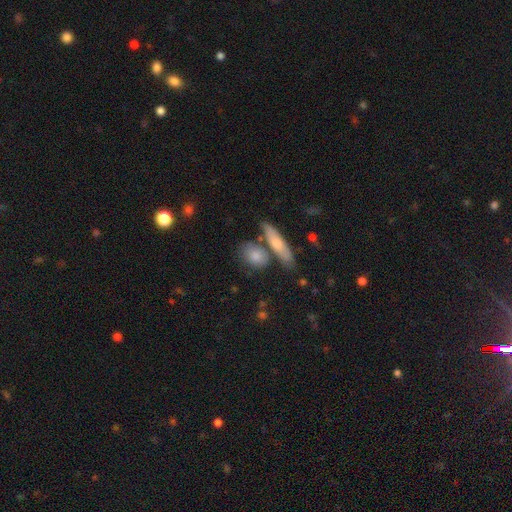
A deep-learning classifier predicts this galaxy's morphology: This appears to be a smooth galaxy with no disk features (79%) that is in between round and cigar-shaped (53%). Merging: none (62%).